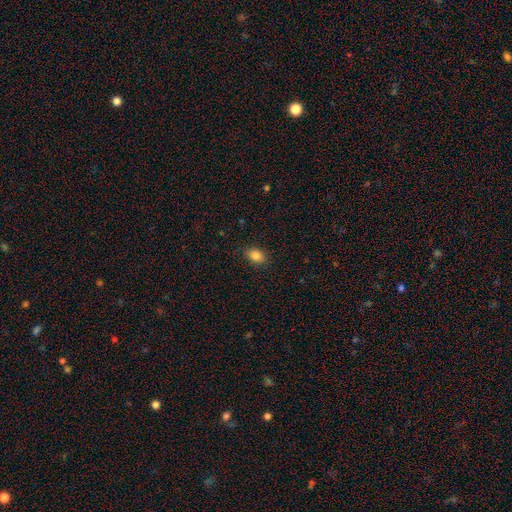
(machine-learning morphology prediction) Q: Smooth or featured?
A: smooth (85%); runner-up: star or artifact (9%)
Q: How rounded?
A: in between (81%); runner-up: round (17%)
Q: Merging?
A: none (87%); runner-up: minor disturbance (10%)